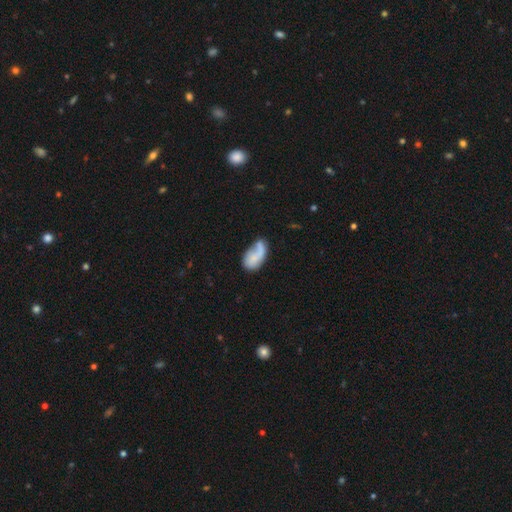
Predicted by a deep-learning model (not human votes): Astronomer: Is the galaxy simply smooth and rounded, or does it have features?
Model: smooth — 64%.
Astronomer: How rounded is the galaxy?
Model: in between — 92%.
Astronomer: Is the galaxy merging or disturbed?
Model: none — 34% (runner-up: minor disturbance, 28%).